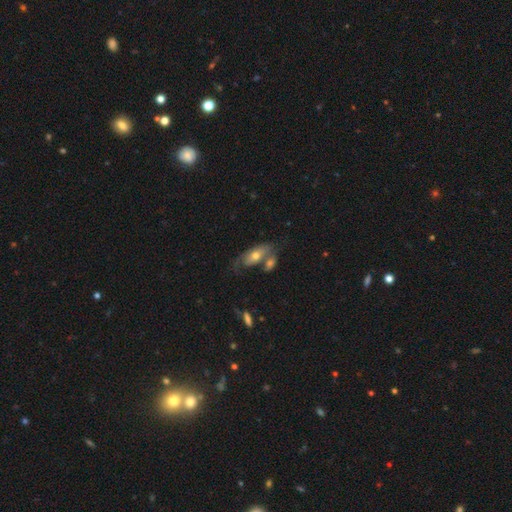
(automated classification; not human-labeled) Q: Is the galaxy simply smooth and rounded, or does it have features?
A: smooth — 52%.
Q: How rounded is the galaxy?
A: in between — 85%.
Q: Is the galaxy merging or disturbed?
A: merger — 40%.